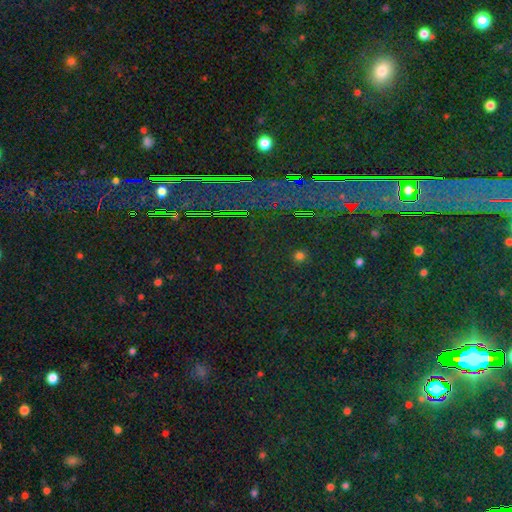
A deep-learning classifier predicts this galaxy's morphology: This appears to be a star or artifact, not a galaxy (84%).